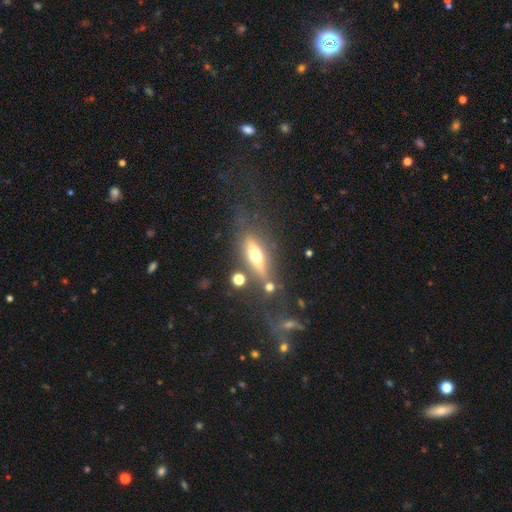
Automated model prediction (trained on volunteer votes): This is possibly a featured or disk galaxy (48%). Merging: likely none (61%).